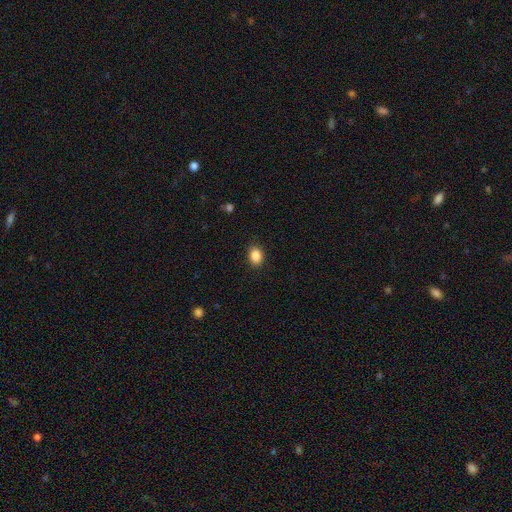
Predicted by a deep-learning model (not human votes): The model was most divided on "how rounded": in between: 66%, round: 33%, cigar-shaped: 1%. More confident: merging — none (88%); smooth or featured — smooth (88%).